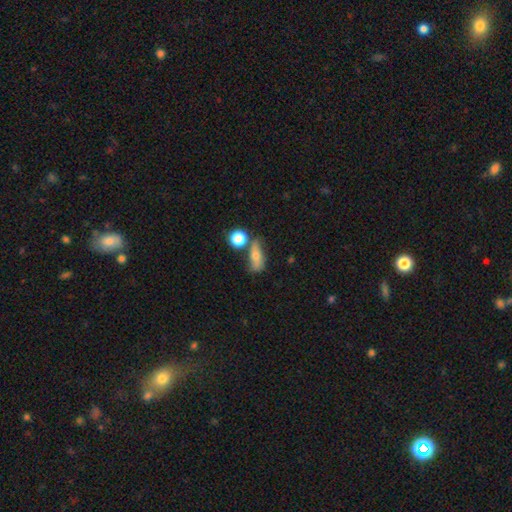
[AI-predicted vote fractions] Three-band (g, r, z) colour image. It shows a smooth galaxy with no disk features (65%) that is in between round and cigar-shaped (65%). Merging: none (47%).